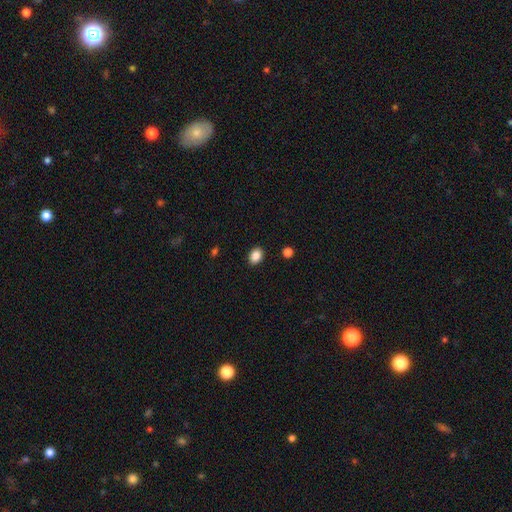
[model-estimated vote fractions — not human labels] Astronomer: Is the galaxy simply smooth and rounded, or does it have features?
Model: smooth — 88%.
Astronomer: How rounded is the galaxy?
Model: in between — 69%.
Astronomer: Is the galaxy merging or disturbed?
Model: none — 89%.